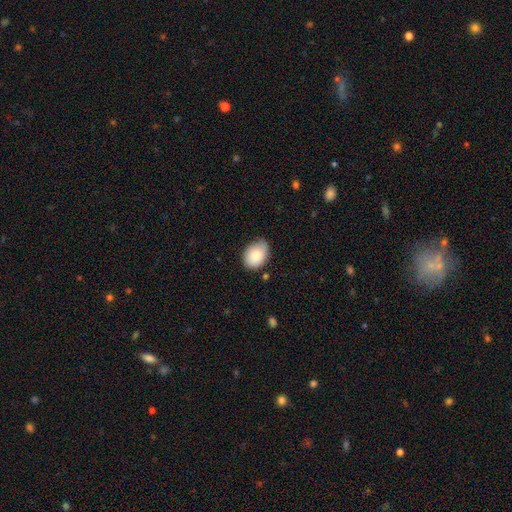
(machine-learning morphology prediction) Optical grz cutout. It shows a smooth galaxy with no disk features (84%) that is in between round and cigar-shaped (77%). Merging: none (66%).